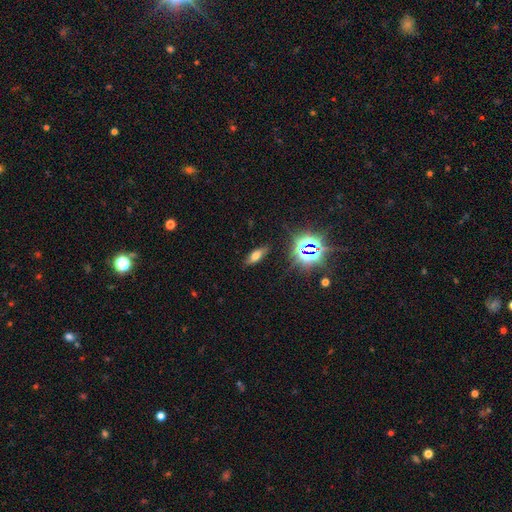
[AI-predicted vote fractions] Smooth or featured? Predicted: smooth (p=0.60). How rounded? Predicted: in between (p=0.73). Merging? Predicted: none (p=0.84).